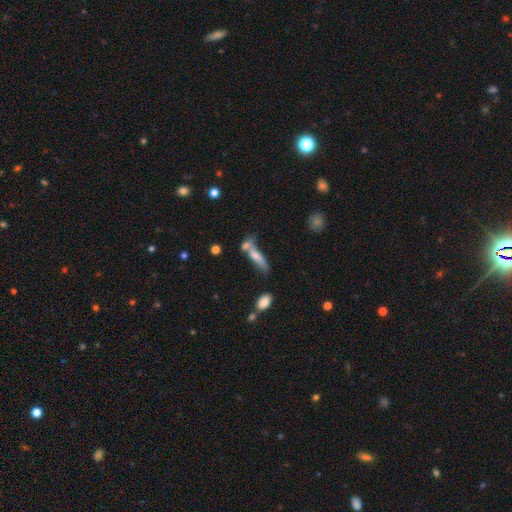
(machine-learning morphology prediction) A smooth galaxy with no disk features (63%) that is cigar-shaped (67%).

Vote fractions:
- Smooth or featured? smooth: 63% / featured or disk: 28% / star or artifact: 9%
- How rounded? cigar-shaped: 67% / in between: 30% / round: 3%
- Merging? merger: 40% / none: 35% / minor disturbance: 16% / major disturbance: 9%